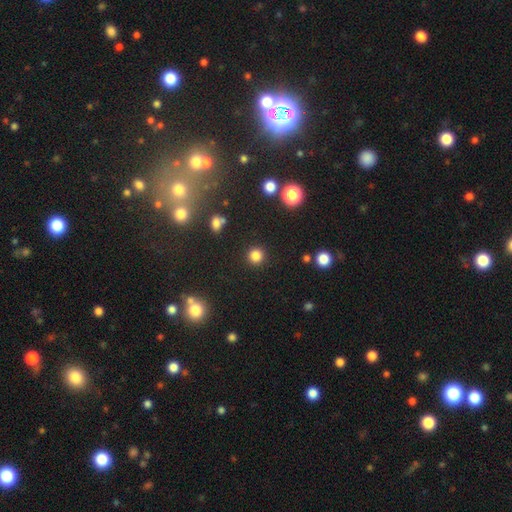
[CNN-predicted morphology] smooth_or_featured: smooth (p=0.82) [alt: star or artifact p=0.14]
how_rounded: round (p=0.93) [alt: in between p=0.06]
merging: none (p=0.90) [alt: minor disturbance p=0.05]